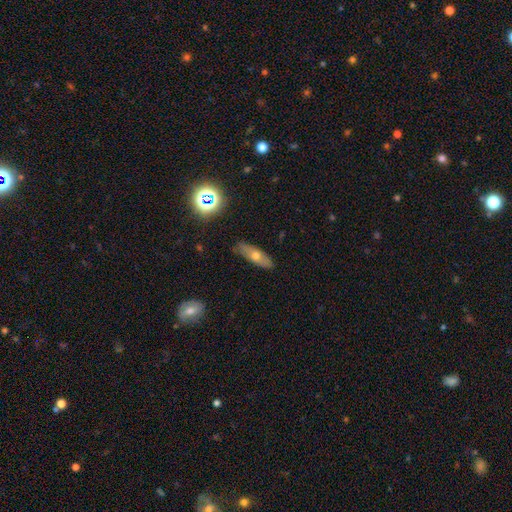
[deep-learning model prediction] A smooth galaxy with no disk features (56%) that is in between round and cigar-shaped (49%). Merging: none (83%).